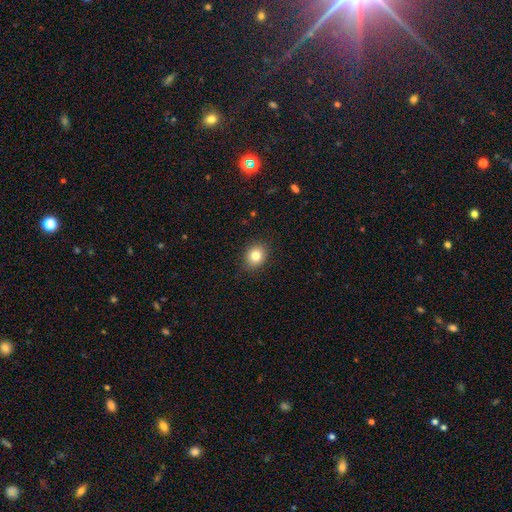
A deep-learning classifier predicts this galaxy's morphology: type=smooth (82%); roundness=round (67%); merging=none (88%).